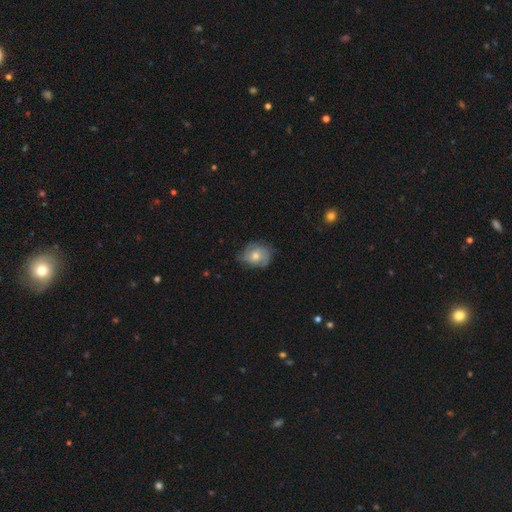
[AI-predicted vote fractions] Smooth or featured? featured or disk (57%)
Edge-on disk? no (96%)
Bar? no (79%)
Spiral arms? yes (82%)
Bulge size? moderate (65%)
Merging? none (69%)